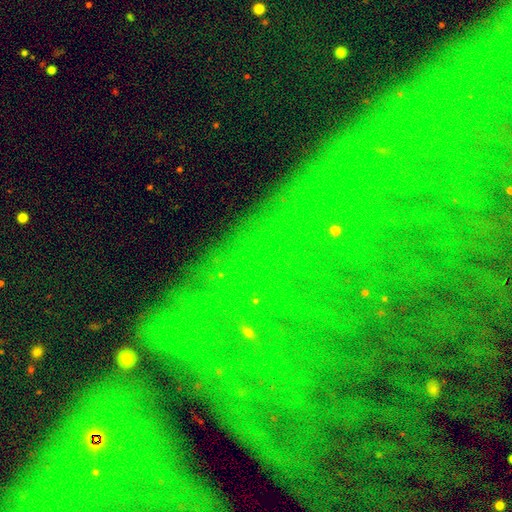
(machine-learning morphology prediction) The model was most divided on "smooth or featured": star or artifact: 82%, featured or disk: 10%, smooth: 8%.